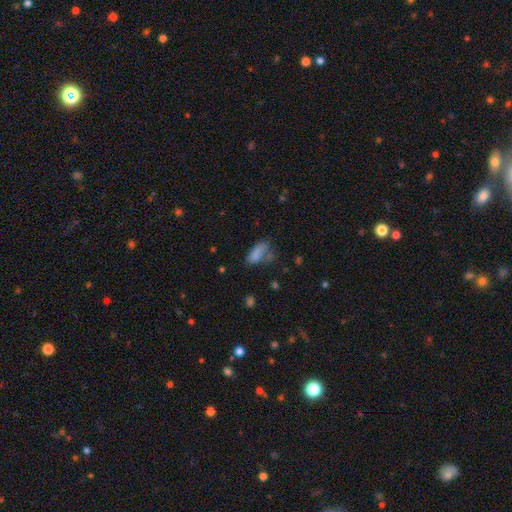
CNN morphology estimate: This is likely a smooth galaxy (76%). How rounded: clearly in between (83%). Merging: marginally none (39%).